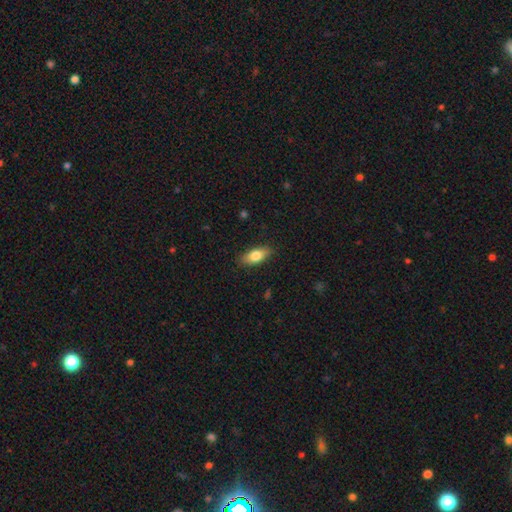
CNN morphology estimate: Smooth or featured? smooth (79%)
How rounded? in between (84%)
Merging? none (86%)